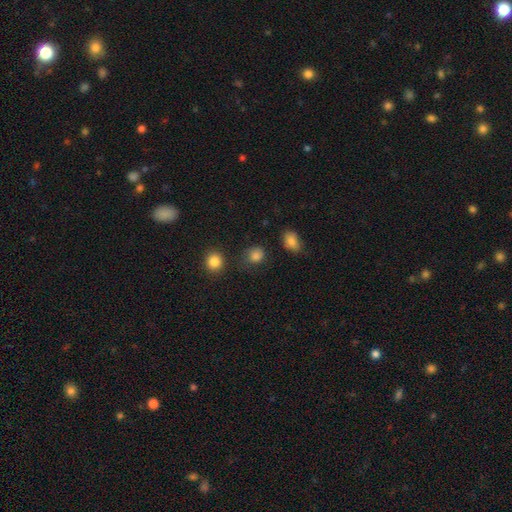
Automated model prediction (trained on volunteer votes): smooth_or_featured: smooth (p=0.84) [alt: star or artifact p=0.12]
how_rounded: round (p=0.73) [alt: in between p=0.26]
merging: none (p=0.71) [alt: minor disturbance p=0.19]